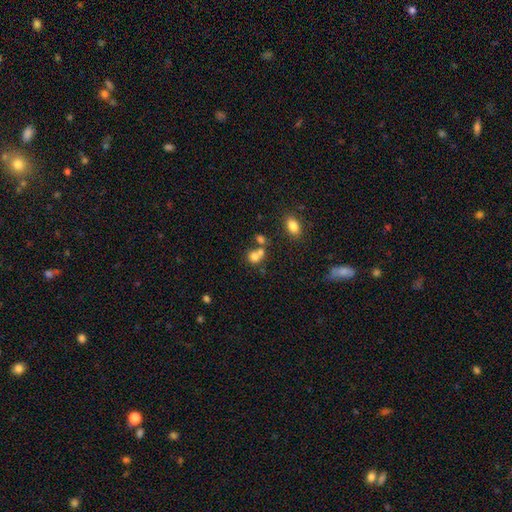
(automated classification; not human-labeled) Q: Smooth or featured?
A: smooth (74%); runner-up: star or artifact (13%)
Q: How rounded?
A: round (70%); runner-up: in between (29%)
Q: Merging?
A: merger (48%); runner-up: none (38%)